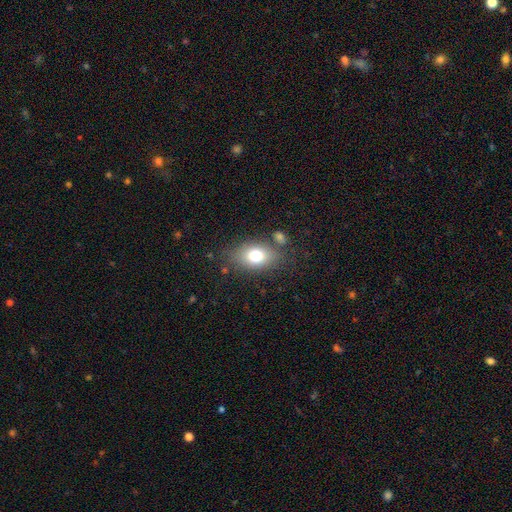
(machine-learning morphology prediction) Overall: smooth (76%). How rounded: in between (81%). Merging: none (75%).